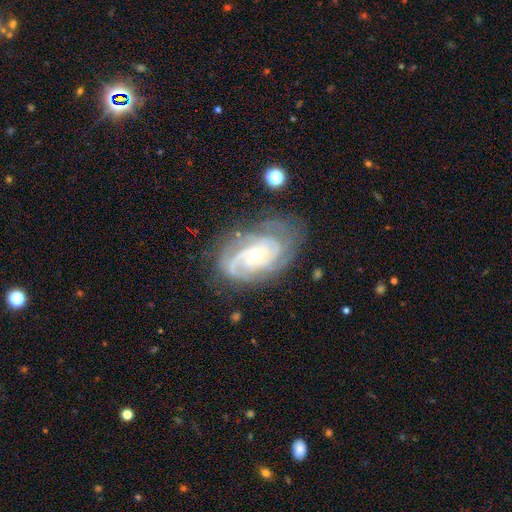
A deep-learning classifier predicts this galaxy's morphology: This appears to be a featured or disk galaxy (90%) with no bar (71%), 3 (33%) tight (70%) spiral arms (97%) and a small central bulge (51%). Merging: none (72%).